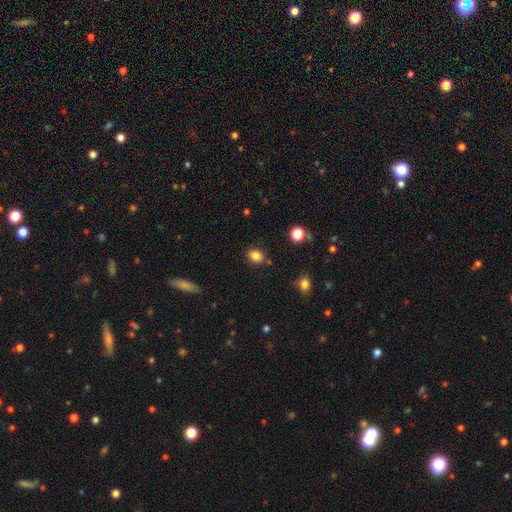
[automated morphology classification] Smooth or featured? smooth (83%)
How rounded? round (50%)
Merging? none (81%)